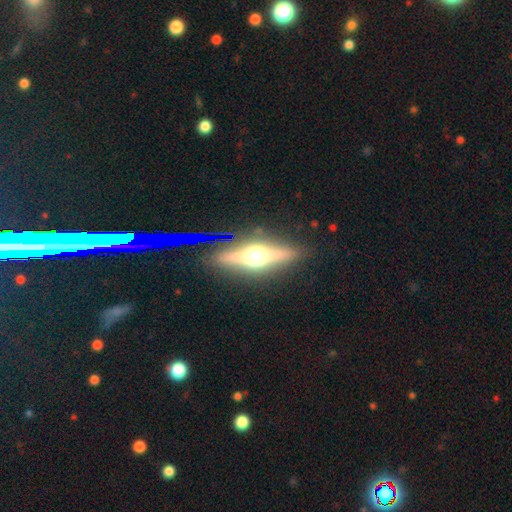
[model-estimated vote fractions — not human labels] A featured or disk galaxy (66%) viewed edge-on (93%) with a rounded central bulge (95%). Merging: none (87%).